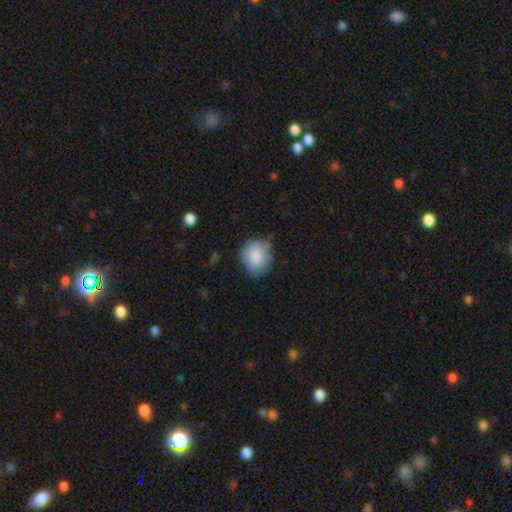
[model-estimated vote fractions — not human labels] Overall: smooth (83%). How rounded: round (64%; in between 35%). Merging: none (68%).